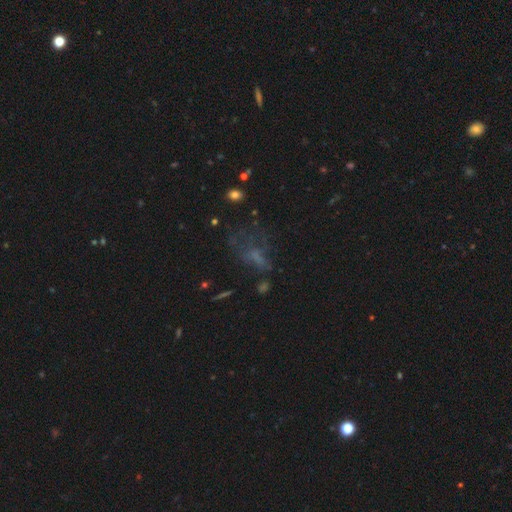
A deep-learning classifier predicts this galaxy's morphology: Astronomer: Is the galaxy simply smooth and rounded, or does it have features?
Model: smooth — 35% (runner-up: featured or disk, 33%).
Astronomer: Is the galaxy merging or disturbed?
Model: major disturbance — 38% (runner-up: none, 37%).